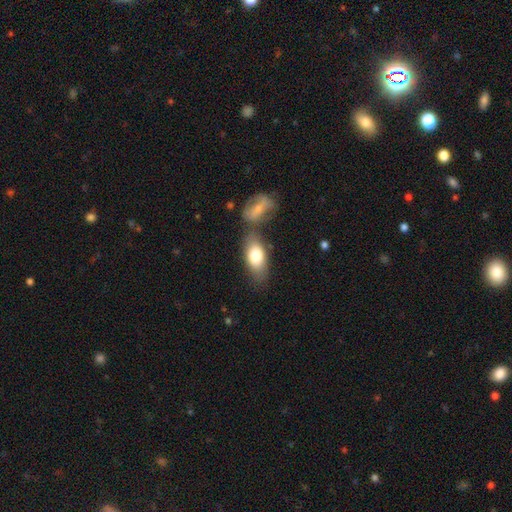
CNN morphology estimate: Q: Smooth or featured?
A: smooth (76%); runner-up: featured or disk (17%)
Q: How rounded?
A: in between (89%); runner-up: cigar-shaped (6%)
Q: Merging?
A: none (55%); runner-up: merger (27%)